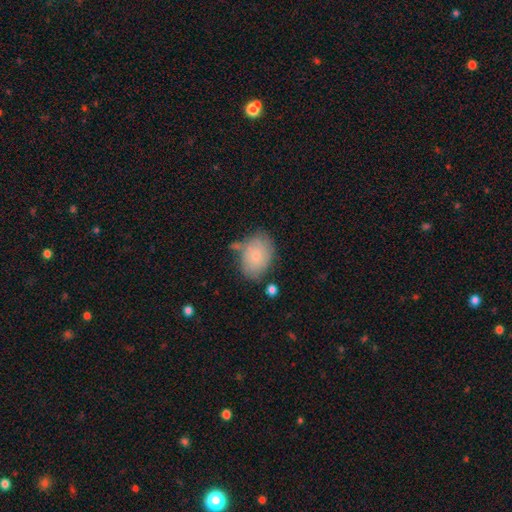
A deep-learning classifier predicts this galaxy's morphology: Smooth or featured: smooth — 75% (featured or disk — 18%)
How rounded: in between — 76% (round — 23%)
Merging: none — 62% (minor disturbance — 23%)